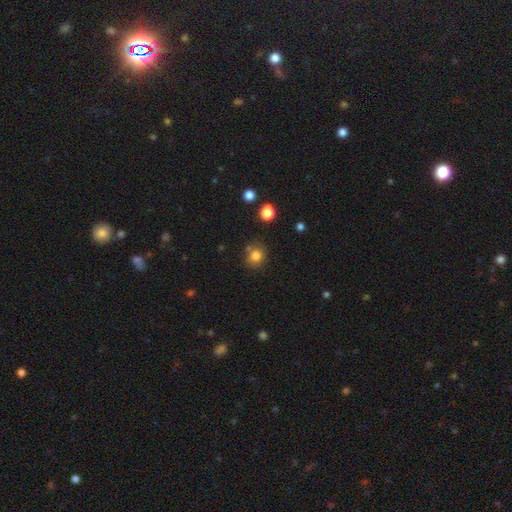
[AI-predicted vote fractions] Smooth or featured: smooth — 81% (star or artifact — 13%)
How rounded: round — 83% (in between — 16%)
Merging: none — 77% (minor disturbance — 12%)